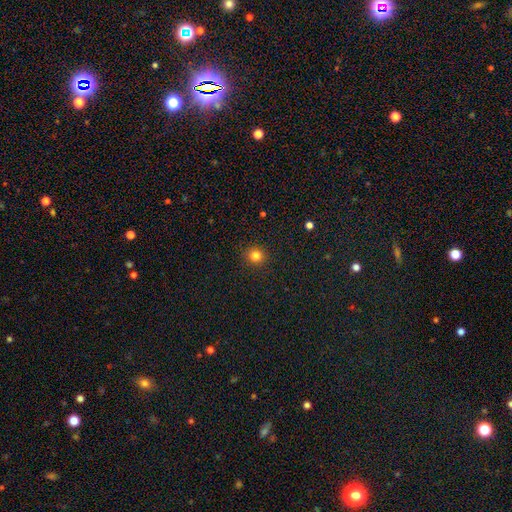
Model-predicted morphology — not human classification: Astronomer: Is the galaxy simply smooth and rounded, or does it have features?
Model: smooth — 82%.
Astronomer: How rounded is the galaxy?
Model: round — 90%.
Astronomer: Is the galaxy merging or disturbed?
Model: none — 91%.